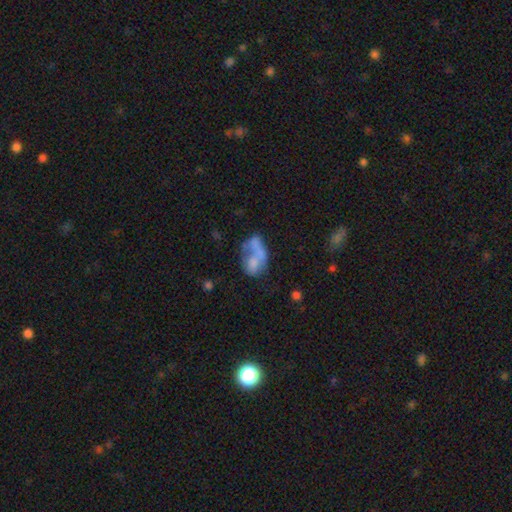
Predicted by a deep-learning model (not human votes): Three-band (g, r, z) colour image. It shows a smooth galaxy with no disk features (50%). Merging: merger (43%).